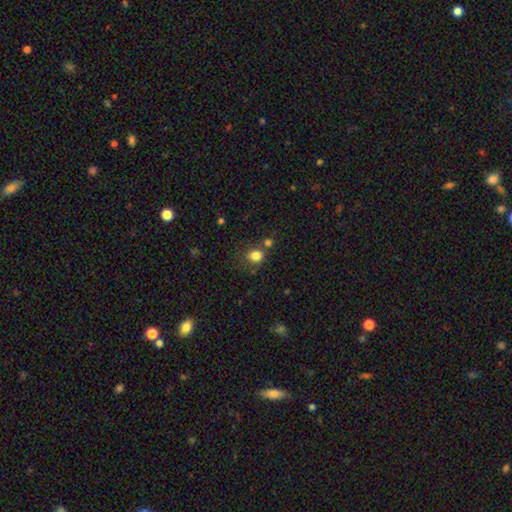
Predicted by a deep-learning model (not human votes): Smooth or featured? smooth (82%)
How rounded? round (78%)
Merging? none (66%)